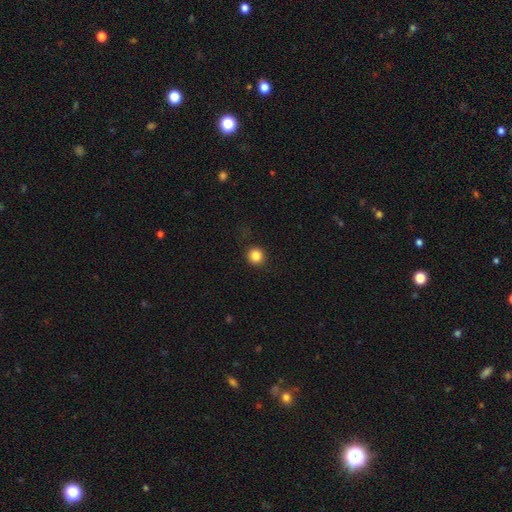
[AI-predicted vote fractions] Smooth or featured? smooth (84%)
How rounded? round (93%)
Merging? none (90%)